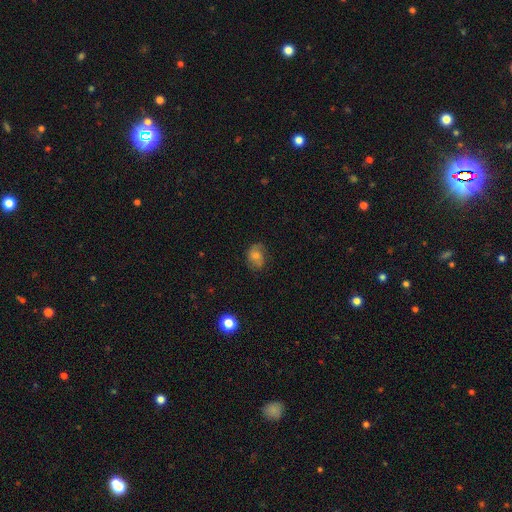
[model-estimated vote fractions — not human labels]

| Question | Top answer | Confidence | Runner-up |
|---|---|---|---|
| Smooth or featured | smooth | 55% | featured or disk (33%) |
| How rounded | in between | 54% | round (45%) |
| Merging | none | 69% | minor disturbance (23%) |